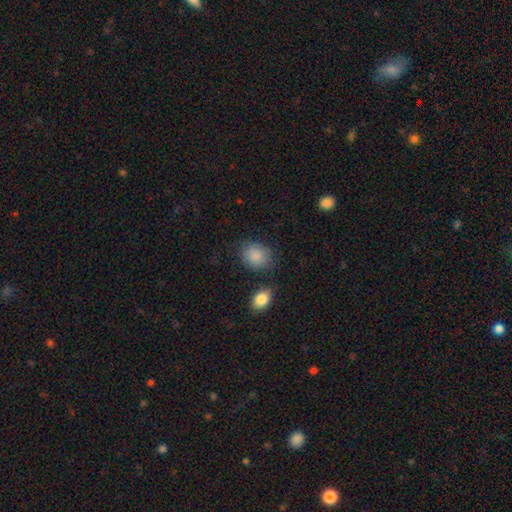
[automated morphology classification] type=smooth (88%); roundness=in between (52%); merging=none (75%).